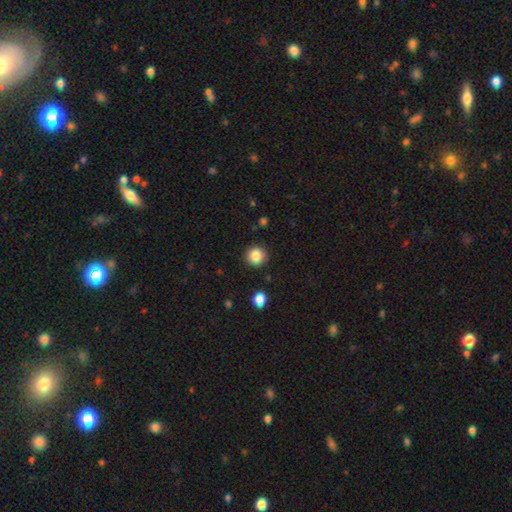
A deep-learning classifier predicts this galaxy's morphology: The model was most divided on "smooth or featured": smooth: 85%, star or artifact: 10%, featured or disk: 5%. More confident: how rounded — round (94%); merging — none (91%).